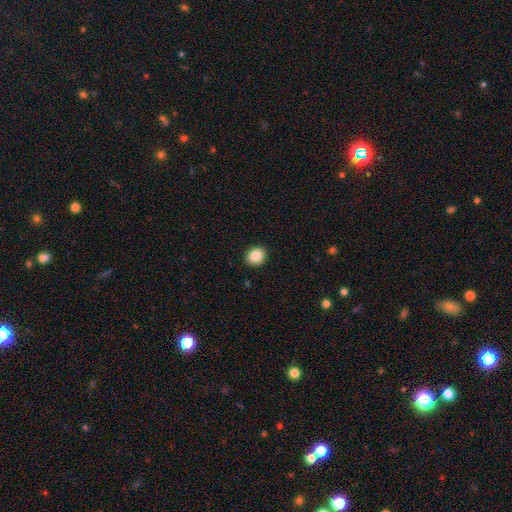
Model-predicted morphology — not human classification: This appears to be a smooth galaxy with no disk features (86%) that is round (65%). Merging: none (91%).